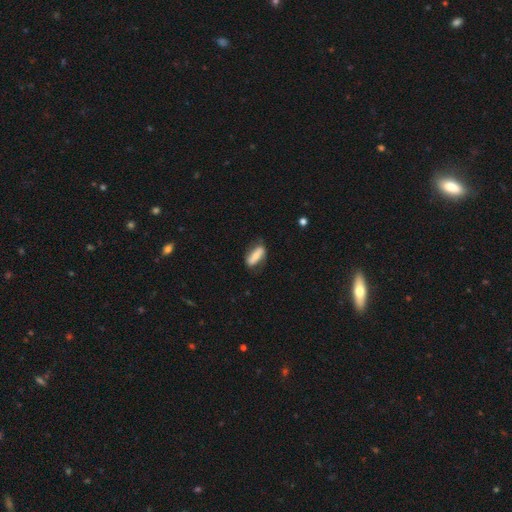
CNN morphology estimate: type=smooth (68%); roundness=in between (63%); merging=none (69%).